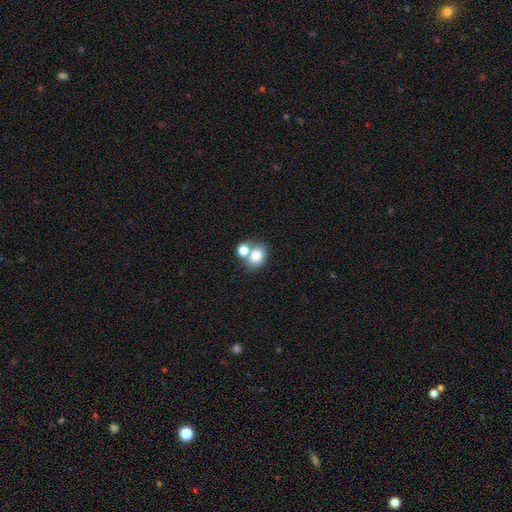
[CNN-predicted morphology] Smooth or featured?
  - smooth: 78% *
  - featured or disk: 11%
  - star or artifact: 11%
How rounded?
  - in between: 50% *
  - round: 49%
  - cigar-shaped: 1%
Merging?
  - merger: 45% *
  - none: 44%
  - minor disturbance: 8%
  - major disturbance: 3%